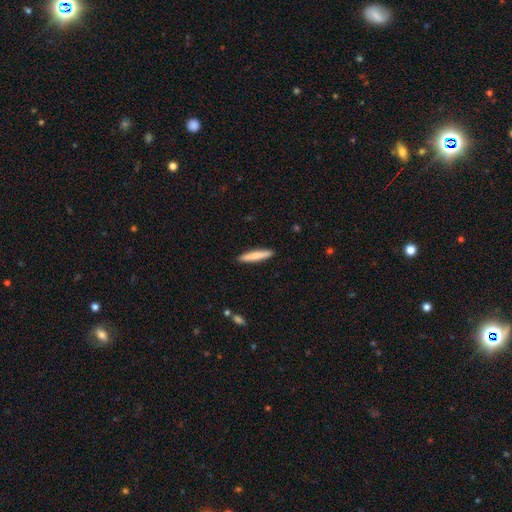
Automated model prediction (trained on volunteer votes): A smooth galaxy with no disk features (80%) that is cigar-shaped (91%). Merging: none (91%).